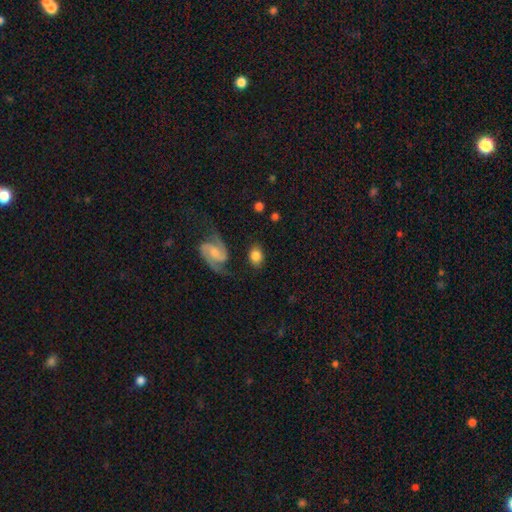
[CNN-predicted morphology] A smooth galaxy with no disk features (70%) that is in between round and cigar-shaped (61%). Merging: none (76%).